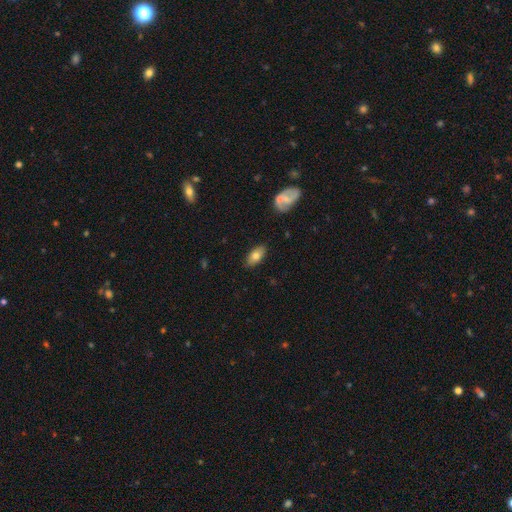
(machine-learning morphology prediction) Smooth or featured: smooth — 73% (featured or disk — 19%)
How rounded: in between — 89% (cigar-shaped — 7%)
Merging: none — 85% (minor disturbance — 11%)